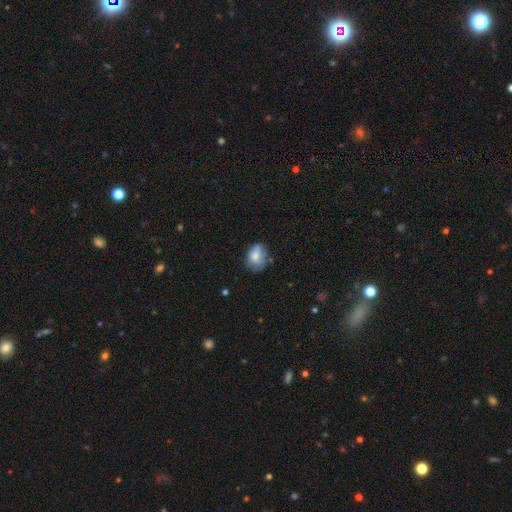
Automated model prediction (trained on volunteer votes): A smooth galaxy with no disk features (72%) that is in between round and cigar-shaped (72%).

Vote fractions:
- Smooth or featured? smooth: 72% / featured or disk: 19% / star or artifact: 9%
- How rounded? in between: 72% / round: 26% / cigar-shaped: 1%
- Merging? none: 52% / minor disturbance: 32% / major disturbance: 12% / merger: 4%